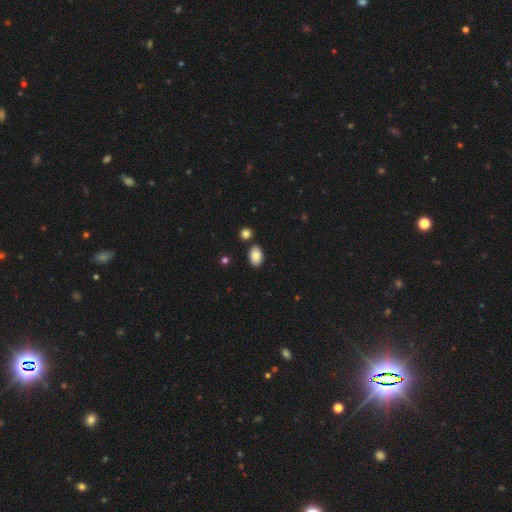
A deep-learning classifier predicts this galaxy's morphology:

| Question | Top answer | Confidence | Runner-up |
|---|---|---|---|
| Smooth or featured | smooth | 86% | star or artifact (8%) |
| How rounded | in between | 91% | round (8%) |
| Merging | none | 83% | minor disturbance (9%) |